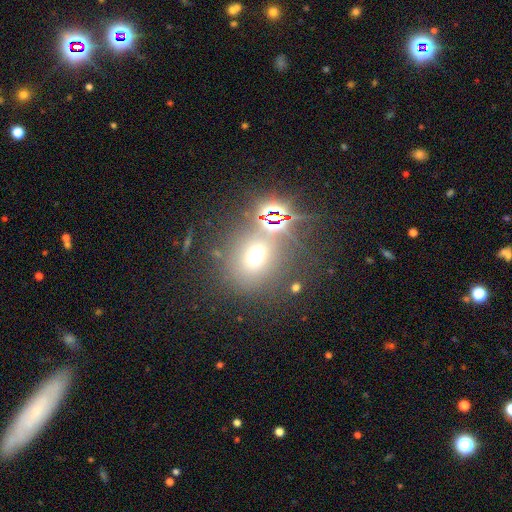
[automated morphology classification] This is possibly a smooth galaxy (53%). How rounded: likely round (71%). Merging: likely none (70%).